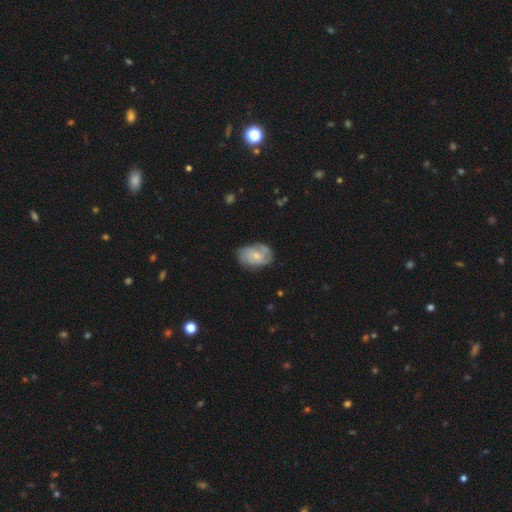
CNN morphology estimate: Smooth or featured? Predicted: featured or disk (p=0.65). Edge-on disk? Predicted: no (p=0.97). Bar? Predicted: no (p=0.72). Spiral arms? Predicted: yes (p=0.86). Spiral winding? Predicted: tight (p=0.51). Spiral arm count? Predicted: can't tell (p=0.35). Bulge size? Predicted: small (p=0.58). Merging? Predicted: none (p=0.66).